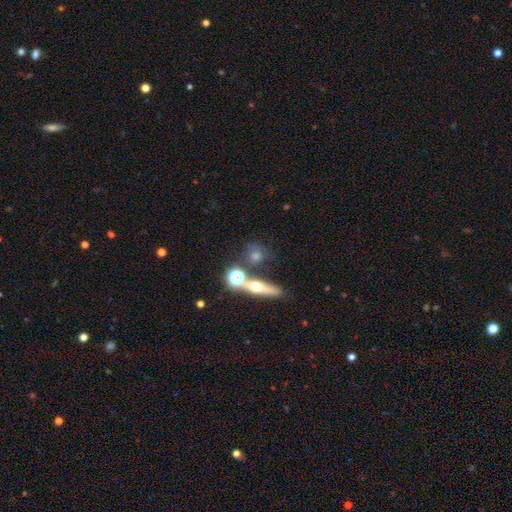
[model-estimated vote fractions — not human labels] Overall: smooth (41%; featured or disk 40%). Merging: none (59%; merger 24%).